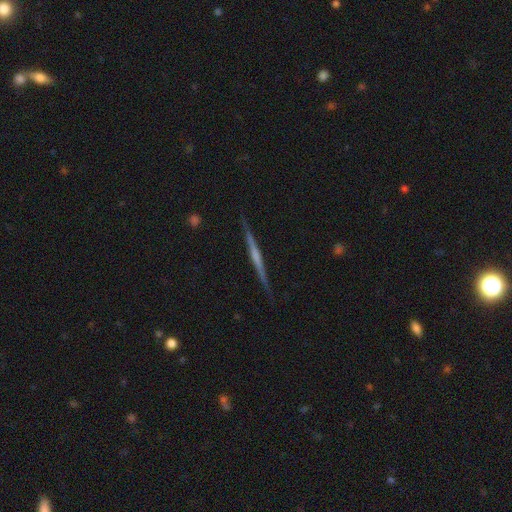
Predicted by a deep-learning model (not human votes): Smooth or featured? Predicted: featured or disk (p=0.72). Edge-on disk? Predicted: yes (p=0.98). Edge-on bulge? Predicted: none (p=0.54). Merging? Predicted: none (p=0.89).